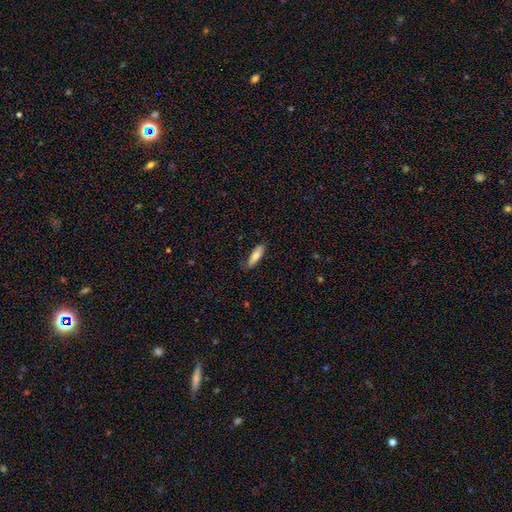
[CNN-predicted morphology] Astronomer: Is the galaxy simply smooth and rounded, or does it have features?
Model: smooth — 82%.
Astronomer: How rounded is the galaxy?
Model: cigar-shaped — 51% (runner-up: in between, 48%).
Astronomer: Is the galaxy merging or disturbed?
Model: none — 75%.